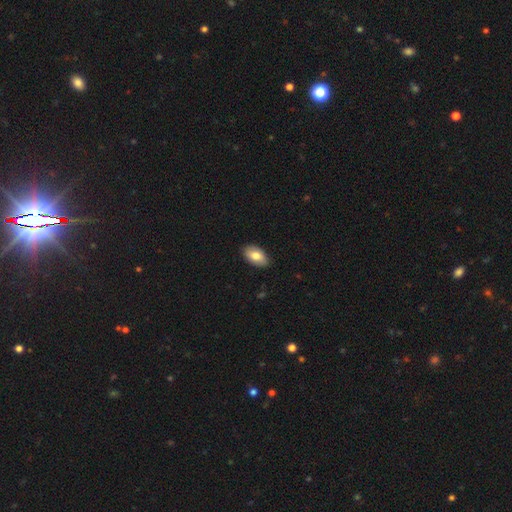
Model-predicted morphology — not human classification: This is likely a smooth galaxy (80%). How rounded: clearly in between (94%). Merging: clearly none (88%).